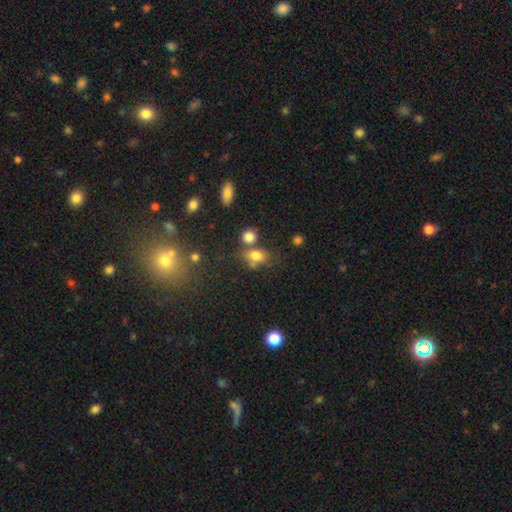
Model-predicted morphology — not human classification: Overall: smooth (76%). How rounded: in between (70%). Merging: none (48%; merger 27%).